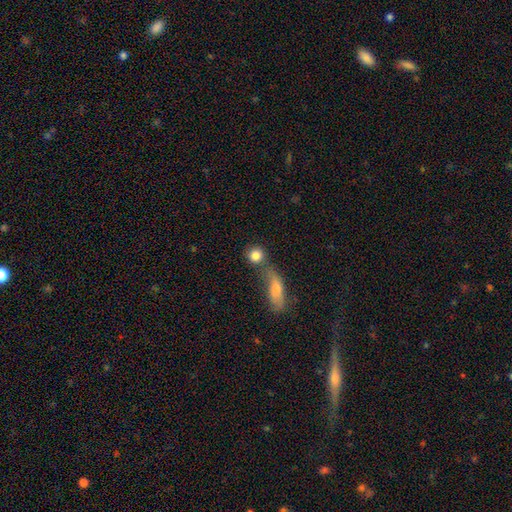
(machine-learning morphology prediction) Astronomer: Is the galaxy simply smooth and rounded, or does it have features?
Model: smooth — 83%.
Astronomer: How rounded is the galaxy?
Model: round — 83%.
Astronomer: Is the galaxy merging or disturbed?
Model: none — 54% (runner-up: merger, 33%).